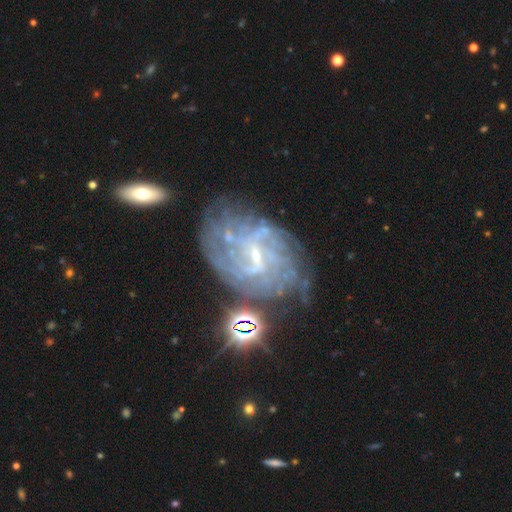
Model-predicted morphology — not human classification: Smooth or featured: featured or disk — 83% (star or artifact — 9%)
Edge-on disk: no — 97% (yes — 3%)
Bar: weak — 55% (no — 24%)
Spiral arms: yes — 90% (no — 10%)
Spiral winding: tight — 54% (medium — 32%)
Spiral arm count: can't tell — 45% (4 — 15%)
Bulge size: small — 77% (moderate — 14%)
Merging: none — 60% (minor disturbance — 21%)